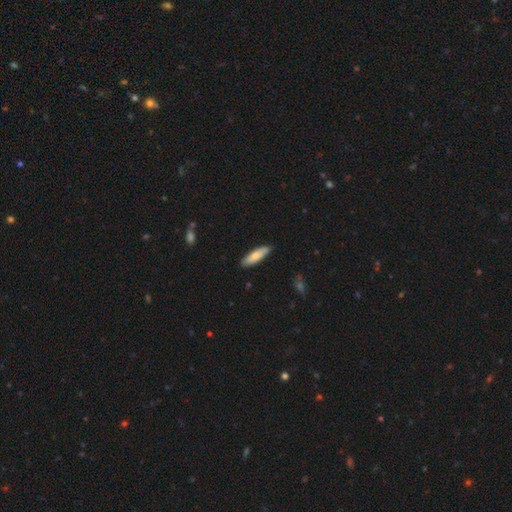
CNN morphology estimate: smooth 76%, featured or disk 18%, star or artifact 5%. Down the decision tree: how rounded — cigar-shaped (61%); merging — none (84%).